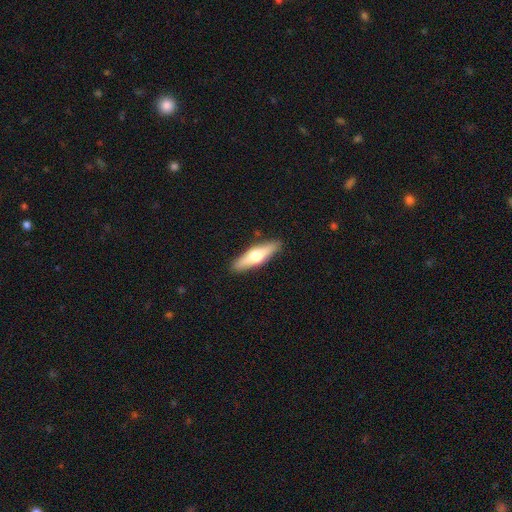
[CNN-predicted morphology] Overall: featured or disk (49%; smooth 45%). Merging: none (90%).